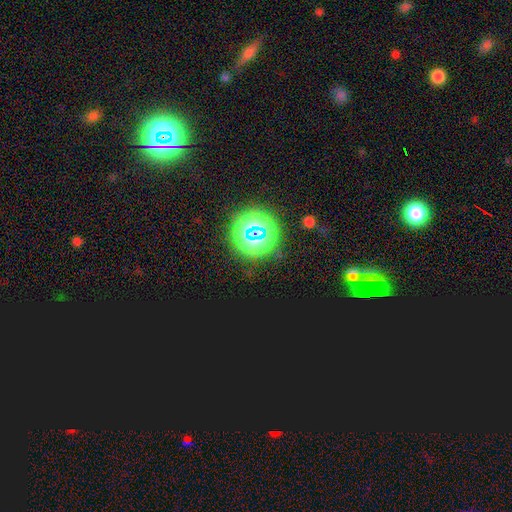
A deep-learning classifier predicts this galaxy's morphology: A star or artifact, not a galaxy (81%).

Vote fractions:
- Smooth or featured? star or artifact: 81% / smooth: 13% / featured or disk: 6%